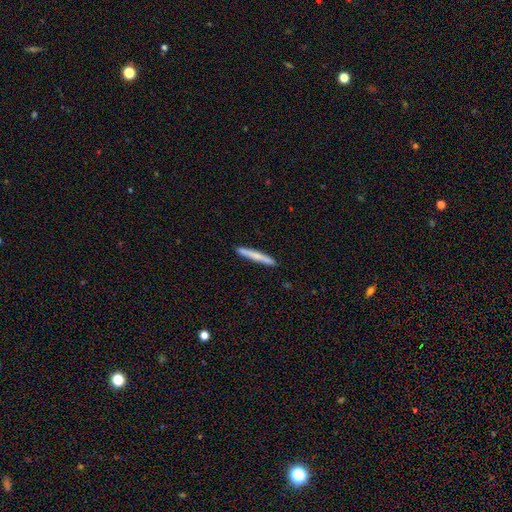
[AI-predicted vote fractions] smooth_or_featured: smooth (p=0.64) [alt: featured or disk p=0.30]
how_rounded: cigar-shaped (p=0.96) [alt: in between p=0.02]
merging: none (p=0.91) [alt: minor disturbance p=0.07]